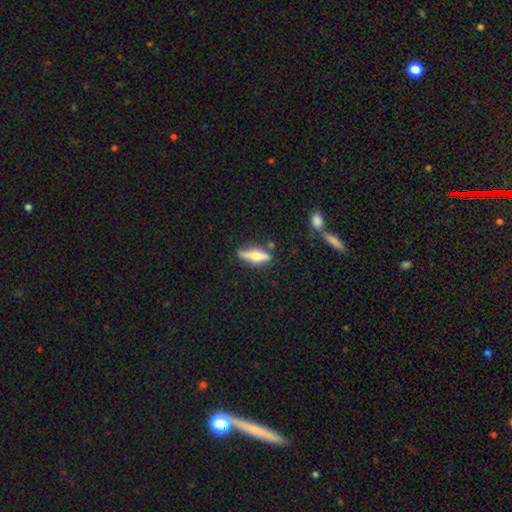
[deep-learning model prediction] featured or disk 52%, smooth 41%, star or artifact 6%. Down the decision tree: edge-on disk — yes (89%); merging — none (76%).